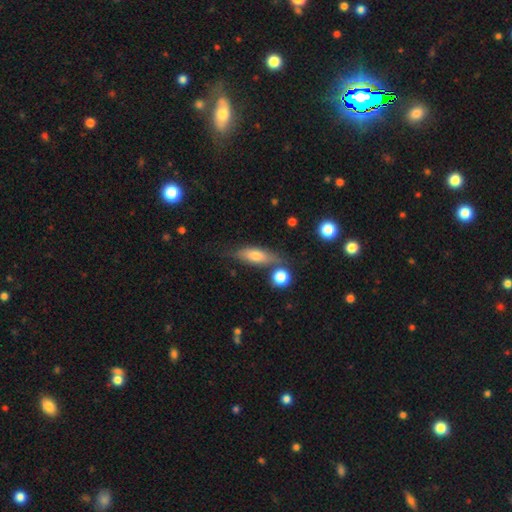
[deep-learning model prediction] This appears to be a smooth galaxy with no disk features (64%) that is in between round and cigar-shaped (56%). Merging: none (65%).